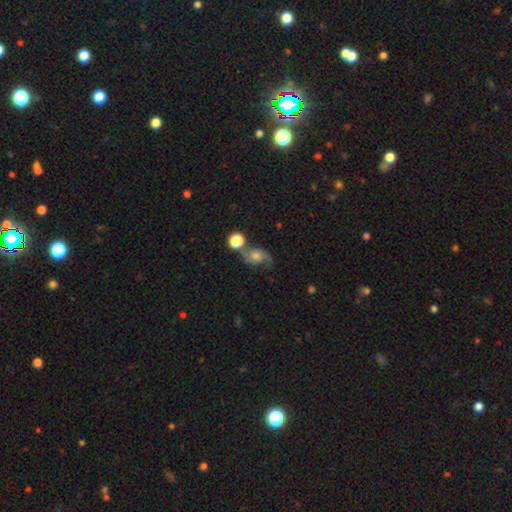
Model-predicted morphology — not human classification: type=featured or disk (55%); edge-on=no (96%); bar=no (72%); spiral arms=yes (88%); bulge=moderate (48%); merging=none (57%).